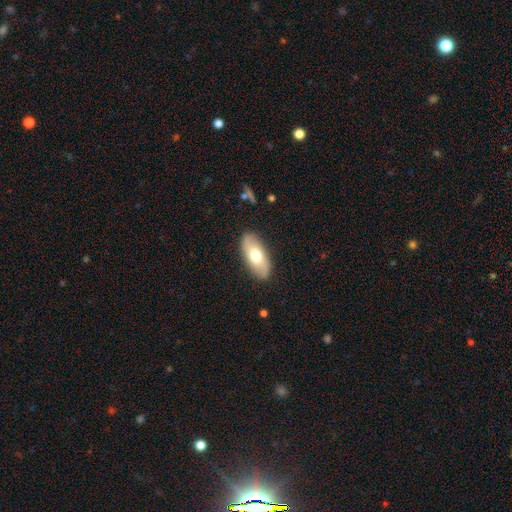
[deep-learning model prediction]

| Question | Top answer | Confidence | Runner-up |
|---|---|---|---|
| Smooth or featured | smooth | 64% | featured or disk (31%) |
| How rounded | in between | 87% | cigar-shaped (9%) |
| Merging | none | 87% | minor disturbance (9%) |